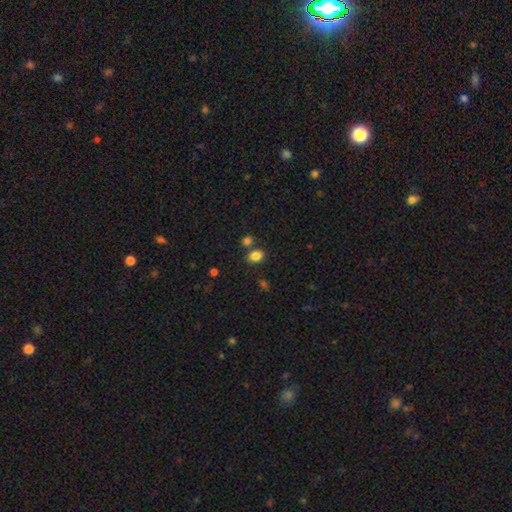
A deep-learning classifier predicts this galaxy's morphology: A smooth galaxy with no disk features (84%) that is in between round and cigar-shaped (72%).

Vote fractions:
- Smooth or featured? smooth: 84% / star or artifact: 11% / featured or disk: 5%
- How rounded? in between: 72% / round: 27% / cigar-shaped: 1%
- Merging? none: 69% / merger: 17% / minor disturbance: 11% / major disturbance: 3%